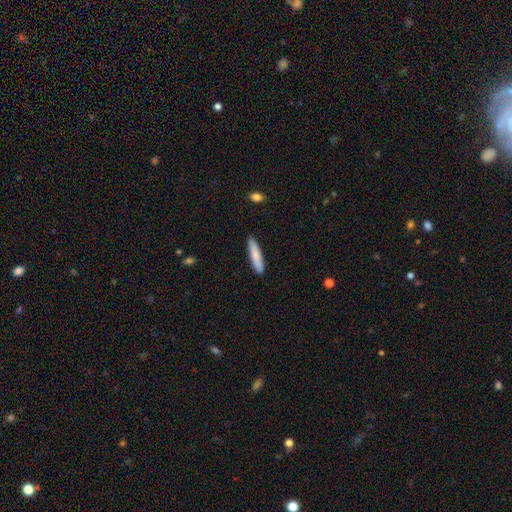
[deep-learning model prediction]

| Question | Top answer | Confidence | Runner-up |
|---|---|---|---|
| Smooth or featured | smooth | 81% | featured or disk (14%) |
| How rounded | cigar-shaped | 85% | in between (14%) |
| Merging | none | 90% | minor disturbance (8%) |